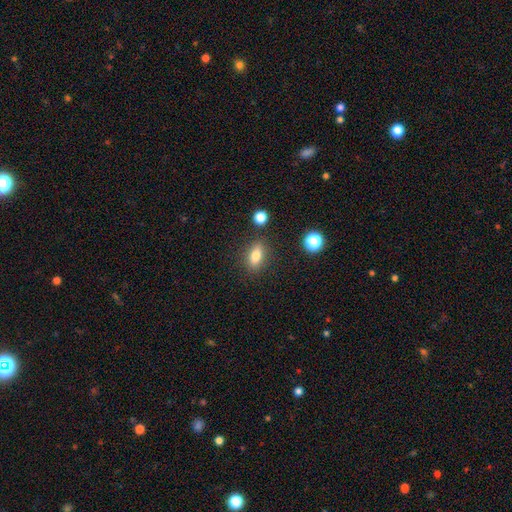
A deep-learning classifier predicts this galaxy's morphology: This is clearly a smooth galaxy (80%). How rounded: likely in between (78%). Merging: clearly none (84%).